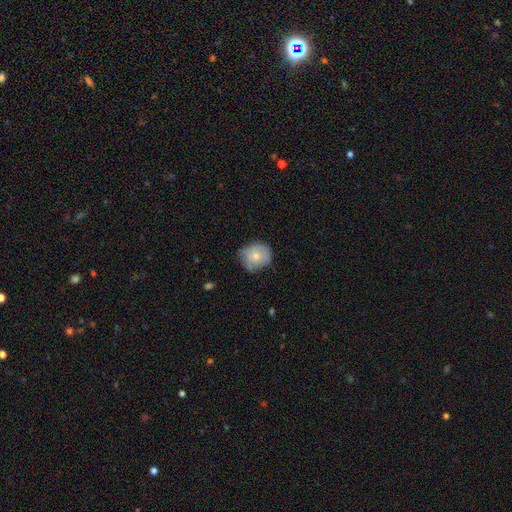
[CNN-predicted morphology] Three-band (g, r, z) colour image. It shows a smooth galaxy with no disk features (69%) that is round (73%). Merging: none (54%).